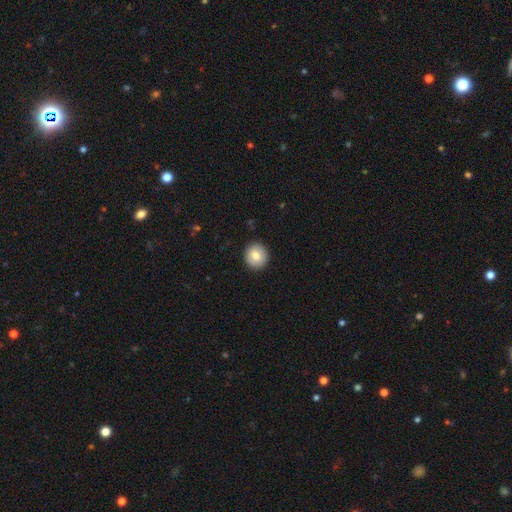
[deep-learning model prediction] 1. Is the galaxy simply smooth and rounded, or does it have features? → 79% smooth, 13% featured or disk, 8% star or artifact.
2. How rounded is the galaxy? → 92% round, 7% in between, 1% cigar-shaped.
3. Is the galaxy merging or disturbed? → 91% none, 7% minor disturbance, 2% major disturbance, 1% merger.